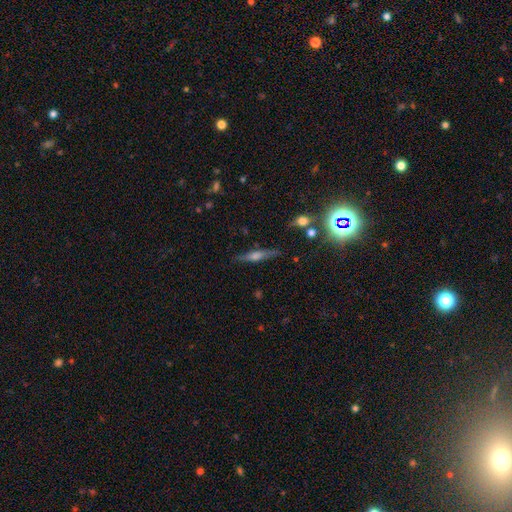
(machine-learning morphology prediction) This appears to be a featured or disk galaxy (60%) viewed edge-on (95%) with a rounded central bulge (77%). Merging: none (84%).